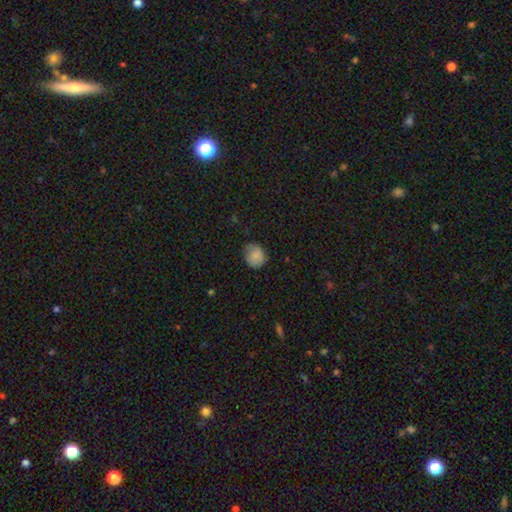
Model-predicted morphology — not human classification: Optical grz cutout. It shows a smooth galaxy with no disk features (82%) that is round (73%). Merging: none (65%).